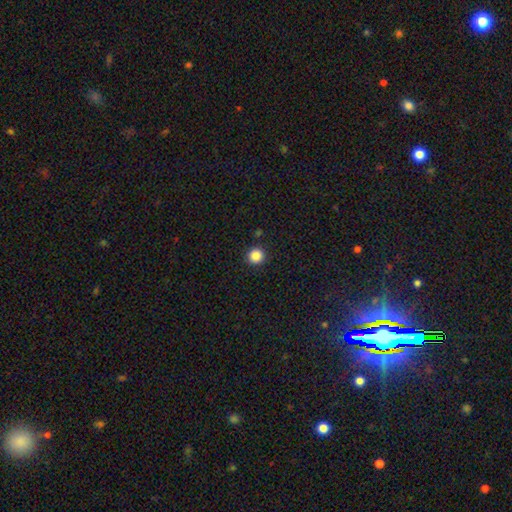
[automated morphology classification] Smooth or featured? Predicted: smooth (p=0.86). How rounded? Predicted: round (p=0.94). Merging? Predicted: none (p=0.91).